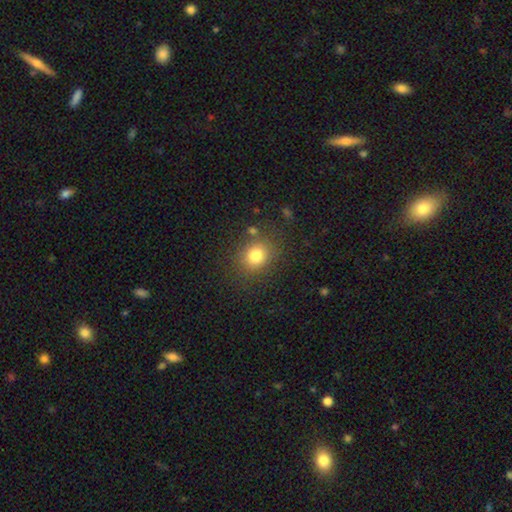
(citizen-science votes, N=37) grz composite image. It shows a smooth galaxy with no disk features (86%) that is round (81%). Merging: none (74%).